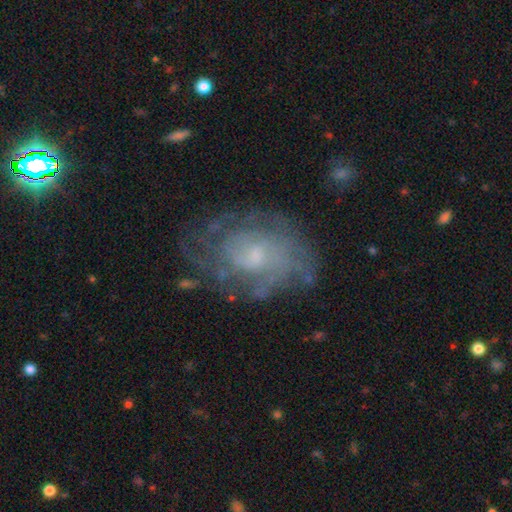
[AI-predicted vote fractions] Smooth or featured?
  - featured or disk: 74% *
  - smooth: 17%
  - star or artifact: 9%
Edge-on disk?
  - no: 97% *
  - yes: 3%
Bar?
  - no: 69% *
  - weak: 27%
  - strong: 4%
Spiral arms?
  - yes: 79% *
  - no: 21%
Spiral winding?
  - tight: 58% *
  - medium: 30%
  - loose: 12%
Spiral arm count?
  - can't tell: 59% *
  - 2: 13%
  - 3: 10%
  - 4: 8%
  - more than 4: 5%
  - 1: 5%
Bulge size?
  - small: 60% *
  - moderate: 31%
  - none: 6%
  - large: 3%
  - dominant: 1%
Merging?
  - none: 68% *
  - minor disturbance: 19%
  - major disturbance: 11%
  - merger: 2%